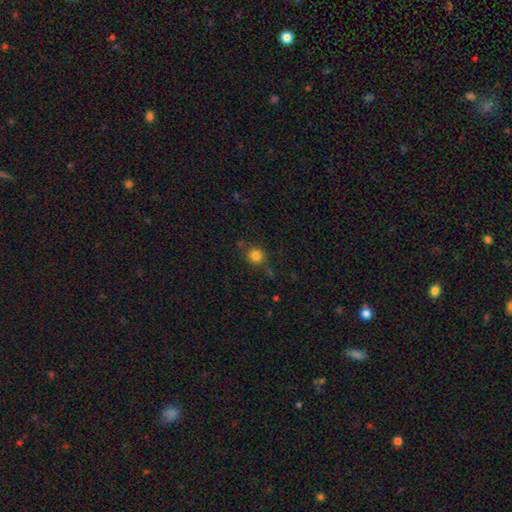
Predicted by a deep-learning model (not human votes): This is clearly a smooth galaxy (82%). How rounded: clearly round (86%). Merging: likely none (74%).